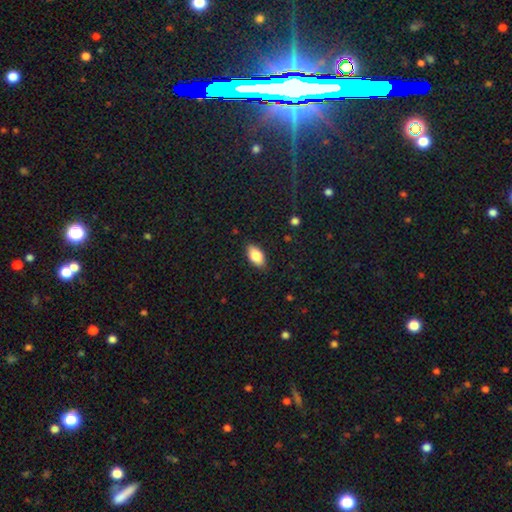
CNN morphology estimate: Smooth or featured? smooth (82%)
How rounded? in between (92%)
Merging? none (87%)